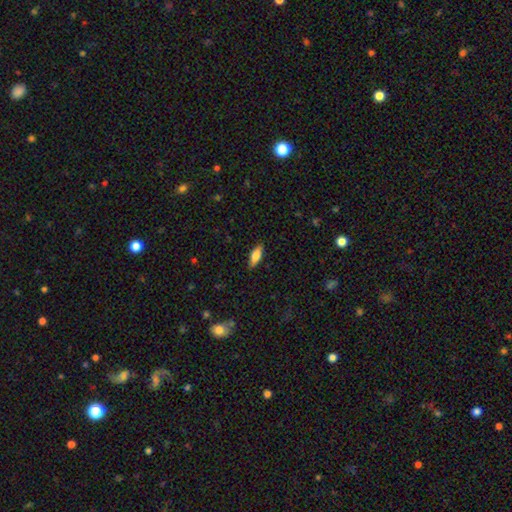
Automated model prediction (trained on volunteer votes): Q: Smooth or featured?
A: smooth (66%); runner-up: featured or disk (27%)
Q: How rounded?
A: in between (64%); runner-up: cigar-shaped (34%)
Q: Merging?
A: none (87%); runner-up: minor disturbance (10%)